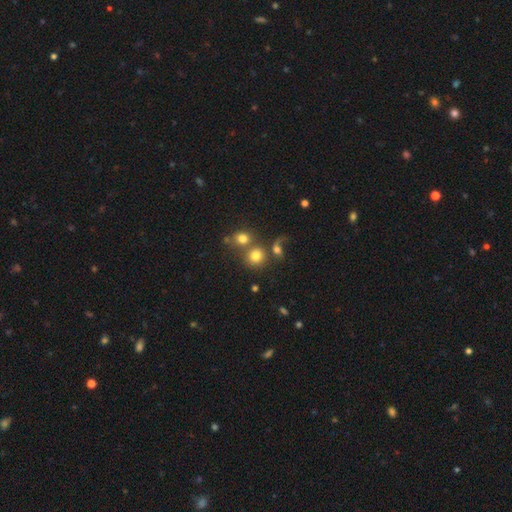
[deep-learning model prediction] This appears to be a smooth galaxy with no disk features (74%) that is round (85%). Merging: none (51%).